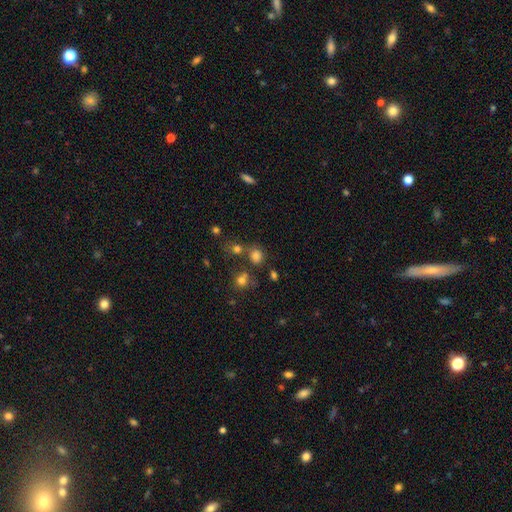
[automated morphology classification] smooth-or-featured: smooth: 75% | star or artifact: 18% | featured or disk: 7%
  how-rounded: round: 76% | in between: 23% | cigar-shaped: 1%
  merging: none: 63% | merger: 19% | minor disturbance: 12% | major disturbance: 5%